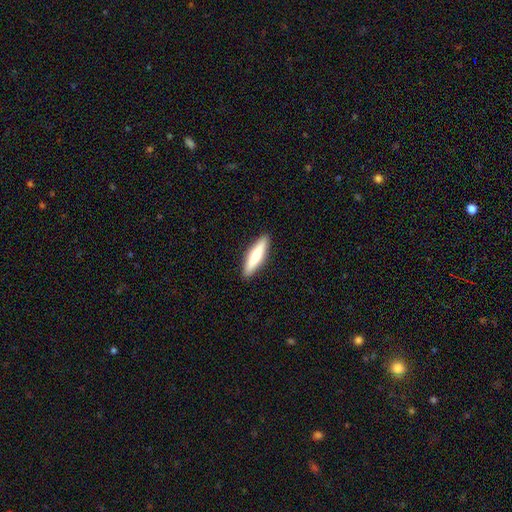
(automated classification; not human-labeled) Morphology: type=smooth (64%); roundness=cigar-shaped (76%); merging=none (91%).